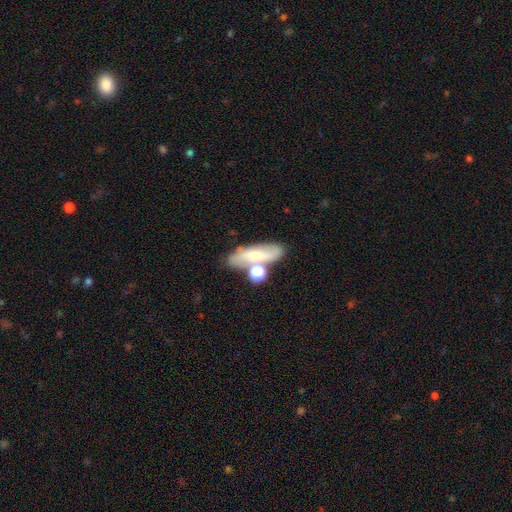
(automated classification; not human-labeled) Morphology: type=smooth (54%); roundness=in between (54%); merging=none (52%).